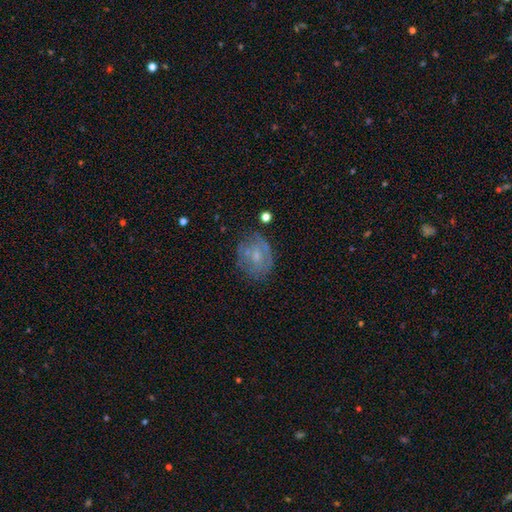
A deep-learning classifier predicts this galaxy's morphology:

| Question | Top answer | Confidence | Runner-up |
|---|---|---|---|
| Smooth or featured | featured or disk | 50% | smooth (39%) |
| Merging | none | 62% | minor disturbance (22%) |